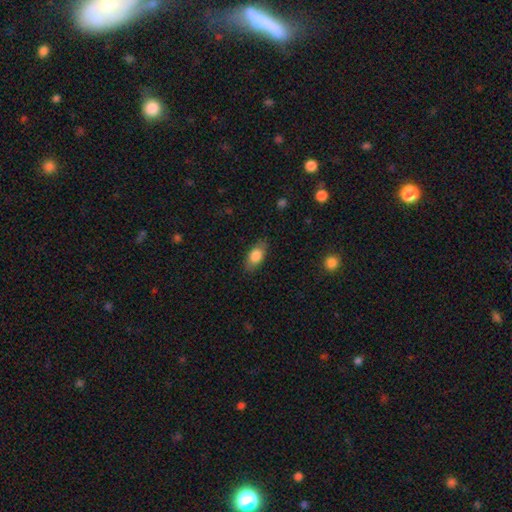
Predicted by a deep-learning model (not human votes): Q: Smooth or featured?
A: smooth (82%); runner-up: featured or disk (11%)
Q: How rounded?
A: in between (87%); runner-up: cigar-shaped (7%)
Q: Merging?
A: none (83%); runner-up: minor disturbance (13%)